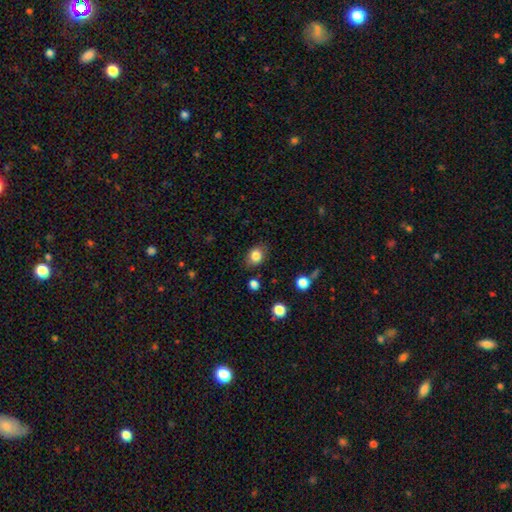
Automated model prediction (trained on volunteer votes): A smooth galaxy with no disk features (83%) that is round (50%). Merging: none (78%).